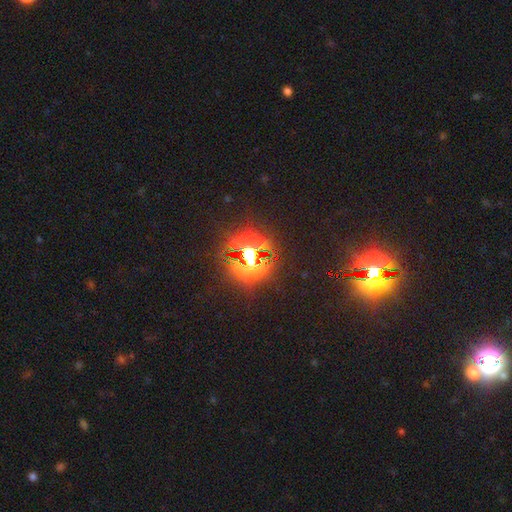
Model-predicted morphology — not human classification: type=star or artifact (69%).